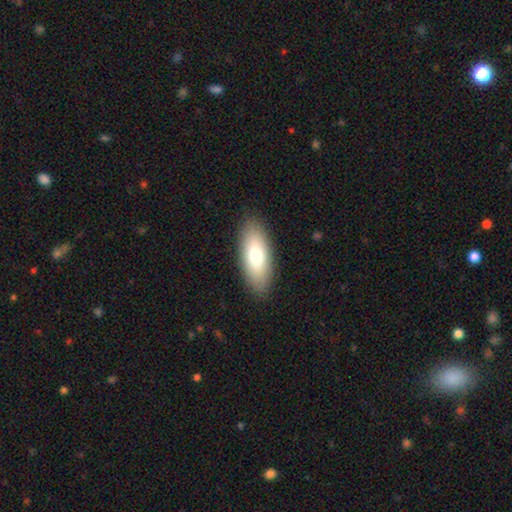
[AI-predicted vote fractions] smooth 76%, featured or disk 18%, star or artifact 6%. Down the decision tree: how rounded — in between (81%); merging — none (89%).